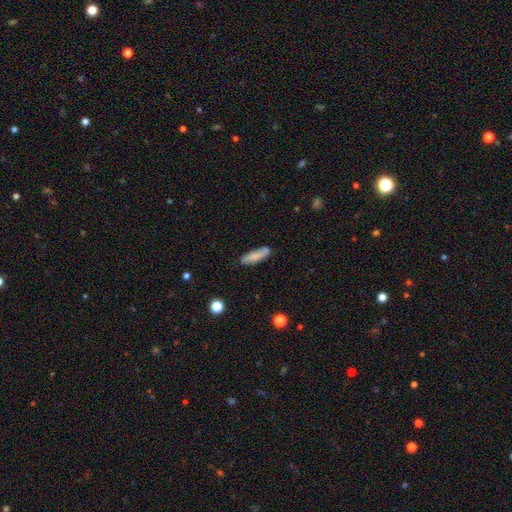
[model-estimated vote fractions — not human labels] This is likely a smooth galaxy (80%). How rounded: possibly cigar-shaped (51%). Merging: likely none (77%).